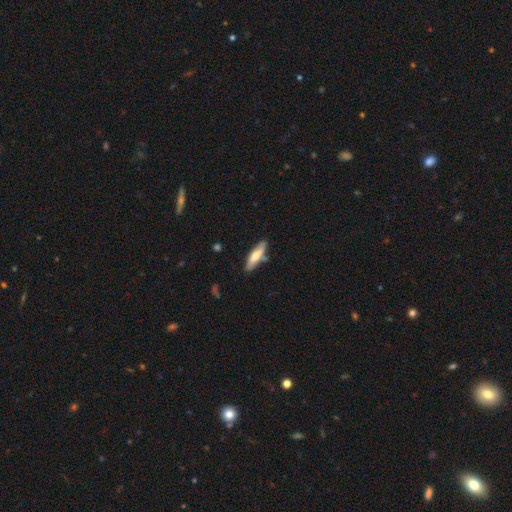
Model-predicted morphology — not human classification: Smooth or featured: smooth — 59% (featured or disk — 35%)
How rounded: cigar-shaped — 61% (in between — 37%)
Merging: none — 74% (minor disturbance — 17%)